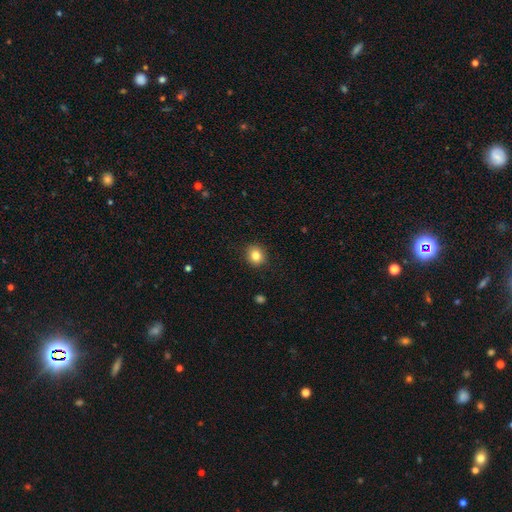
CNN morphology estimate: Smooth or featured? Predicted: smooth (p=0.84). How rounded? Predicted: round (p=0.80). Merging? Predicted: none (p=0.89).